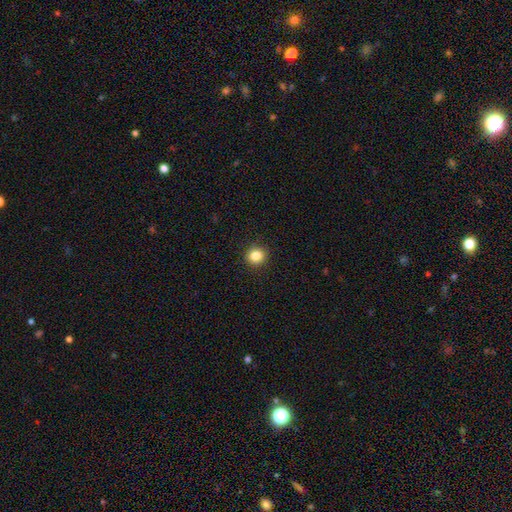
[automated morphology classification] This is clearly a smooth galaxy (84%). How rounded: clearly round (88%). Merging: clearly none (92%).